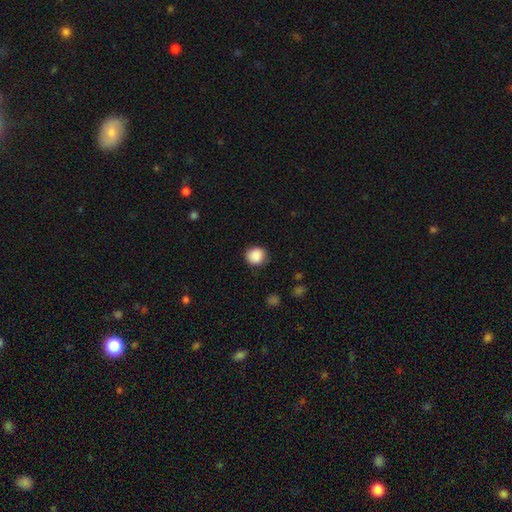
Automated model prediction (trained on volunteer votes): This appears to be a smooth galaxy with no disk features (89%) that is round (88%). Merging: none (84%).